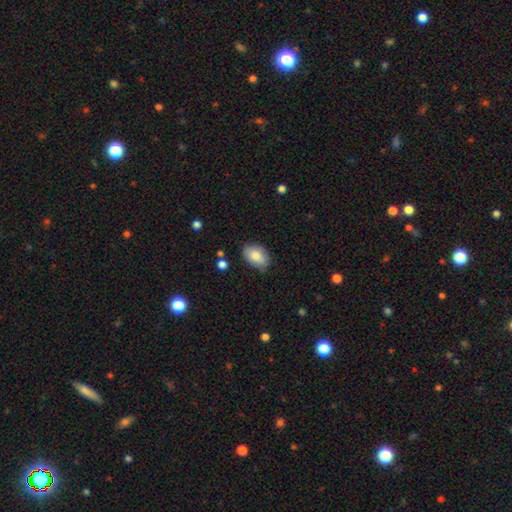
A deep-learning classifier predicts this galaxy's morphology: smooth_or_featured: smooth (p=0.83) [alt: featured or disk p=0.10]
how_rounded: in between (p=0.87) [alt: round p=0.12]
merging: none (p=0.73) [alt: minor disturbance p=0.22]